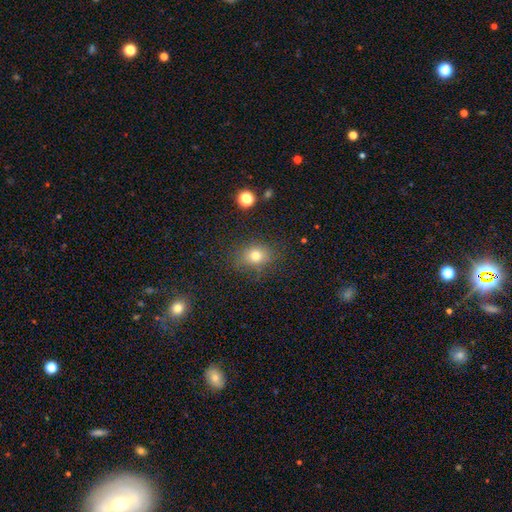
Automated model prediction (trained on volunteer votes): smooth_or_featured: smooth (p=0.76) [alt: star or artifact p=0.14]
how_rounded: round (p=0.50) [alt: in between p=0.49]
merging: none (p=0.77) [alt: minor disturbance p=0.15]